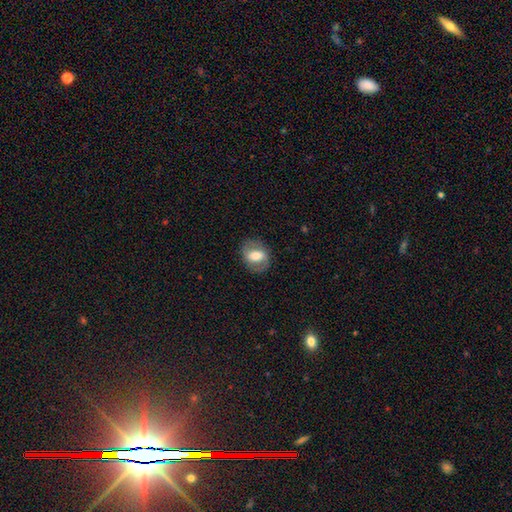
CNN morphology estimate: smooth 49%, featured or disk 44%, star or artifact 7%. Down the decision tree: merging — none (79%).